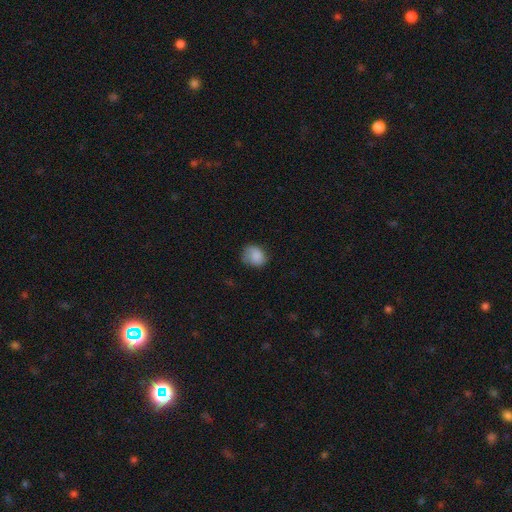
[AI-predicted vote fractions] Q: Smooth or featured?
A: smooth (81%); runner-up: featured or disk (11%)
Q: How rounded?
A: round (55%); runner-up: in between (44%)
Q: Merging?
A: none (59%); runner-up: minor disturbance (29%)